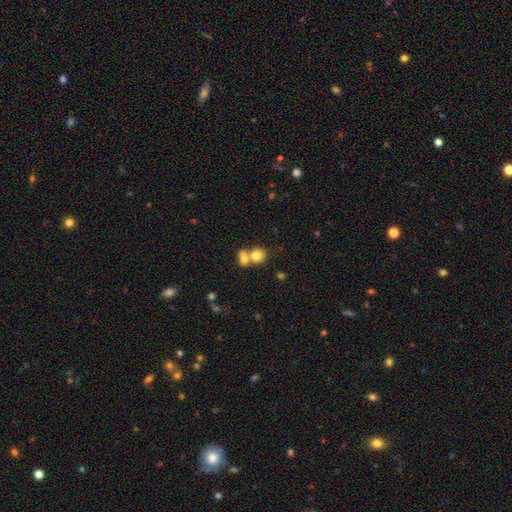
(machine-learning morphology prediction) This appears to be a smooth galaxy with no disk features (78%) that is round (68%). Merging: merger (60%).